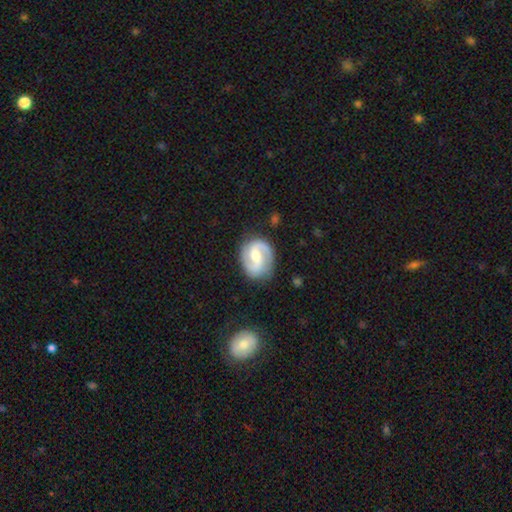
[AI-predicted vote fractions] Overall: featured or disk (87%). Edge-on disk: no (98%). Bar: weak (50%; no 25%). Spiral arms: yes (97%). Spiral arm count: 2 (92%). Spiral winding: medium (54%; tight 30%). Bulge size: moderate (56%; small 29%). Merging: none (82%).